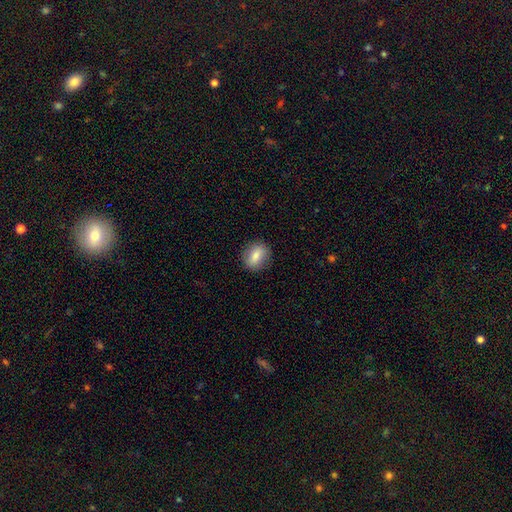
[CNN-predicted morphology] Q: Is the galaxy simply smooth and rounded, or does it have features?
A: smooth — 80%.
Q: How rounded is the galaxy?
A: round — 49%, tied with in between.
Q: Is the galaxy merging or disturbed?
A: none — 87%.